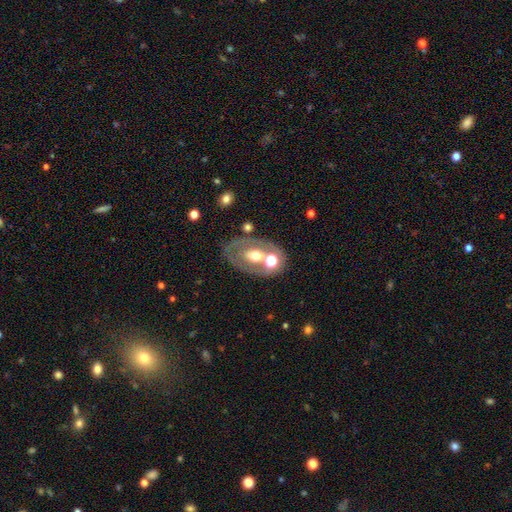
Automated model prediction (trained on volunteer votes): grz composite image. It shows a featured or disk galaxy (57%) with no bar (80%), no spiral arms (84%) and a moderate central bulge (65%). Merging: none (60%).